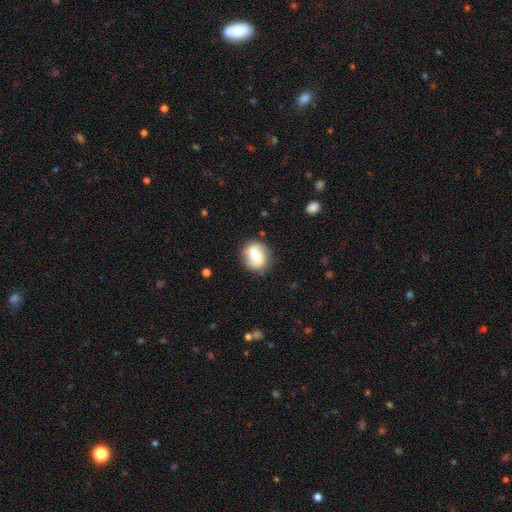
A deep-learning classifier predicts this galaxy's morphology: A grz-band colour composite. It shows a smooth galaxy with no disk features (58%) that is round (66%). Merging: none (77%).